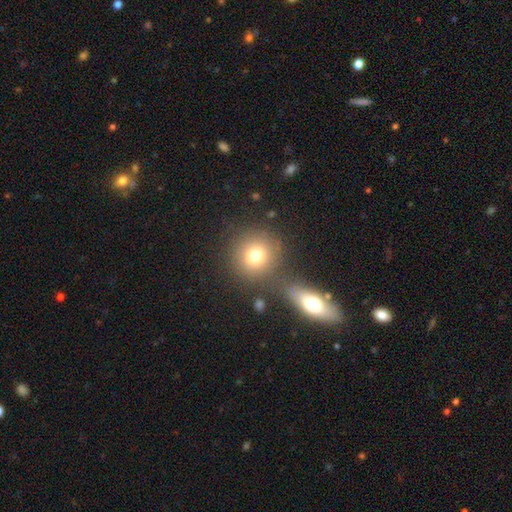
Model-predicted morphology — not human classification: The model was most divided on "merging": none: 69%, merger: 17%, minor disturbance: 9%, major disturbance: 5%. More confident: how rounded — round (90%); smooth or featured — smooth (76%).